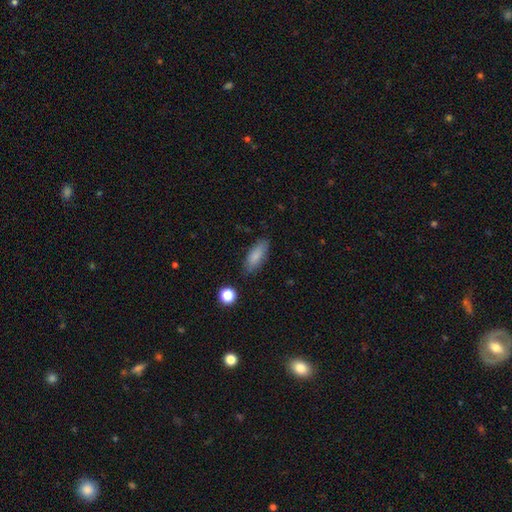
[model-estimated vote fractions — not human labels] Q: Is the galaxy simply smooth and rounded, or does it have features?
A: smooth — 84%.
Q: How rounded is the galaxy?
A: in between — 76%.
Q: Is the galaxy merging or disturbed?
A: none — 81%.